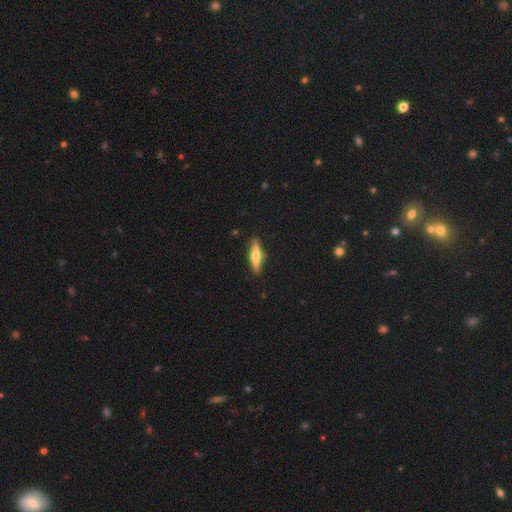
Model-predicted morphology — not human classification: This is possibly a featured or disk galaxy (47%, tied with smooth). Merging: clearly none (88%).